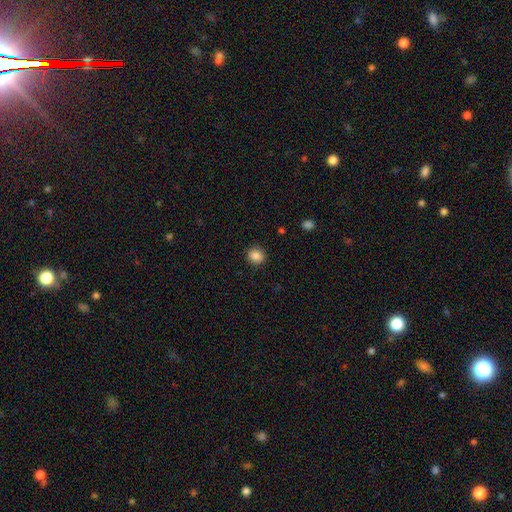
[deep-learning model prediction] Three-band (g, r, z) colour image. It shows a smooth galaxy with no disk features (86%) that is round (86%). Merging: none (91%).